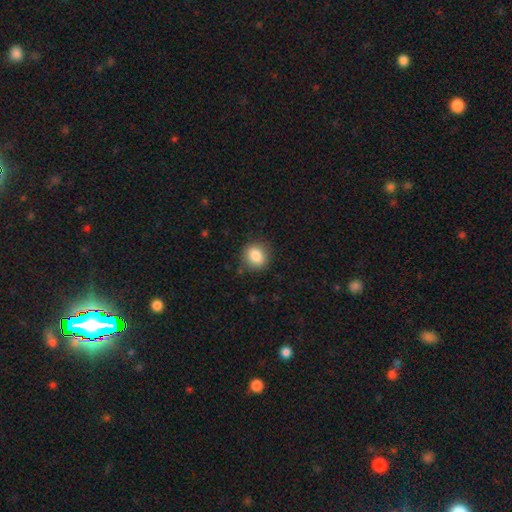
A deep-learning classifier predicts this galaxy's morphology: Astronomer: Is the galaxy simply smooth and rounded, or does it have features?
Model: smooth — 84%.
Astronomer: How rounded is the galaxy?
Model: round — 75%.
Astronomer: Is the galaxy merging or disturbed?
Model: none — 86%.